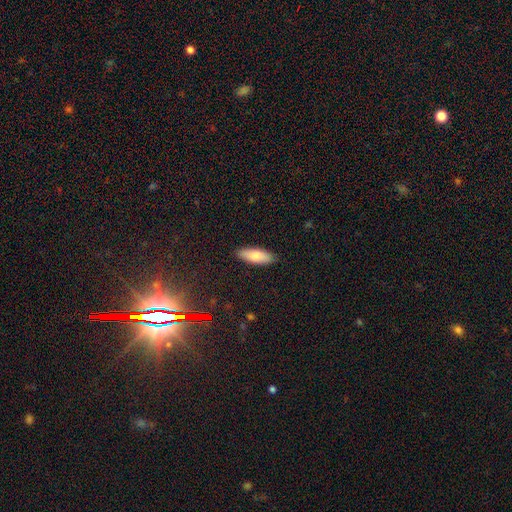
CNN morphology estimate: Smooth or featured? Predicted: smooth (p=0.78). How rounded? Predicted: in between (p=0.61). Merging? Predicted: none (p=0.89).